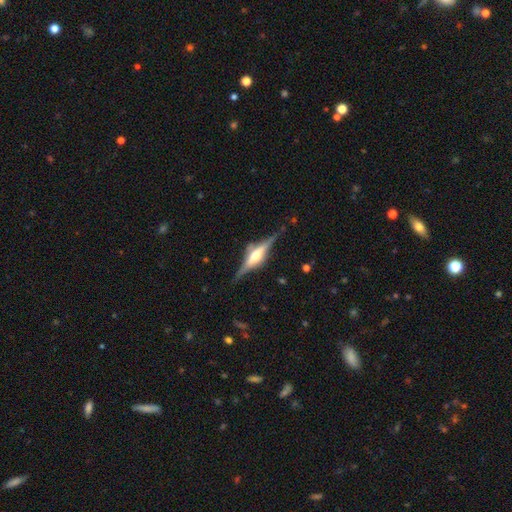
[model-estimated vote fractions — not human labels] smooth-or-featured: featured or disk: 82% | smooth: 13% | star or artifact: 6%
  disk-edge-on: yes: 97% | no: 3%
    edge-on-bulge: rounded: 88% | boxy: 10% | none: 2%
  merging: none: 83% | minor disturbance: 12% | major disturbance: 3% | merger: 2%